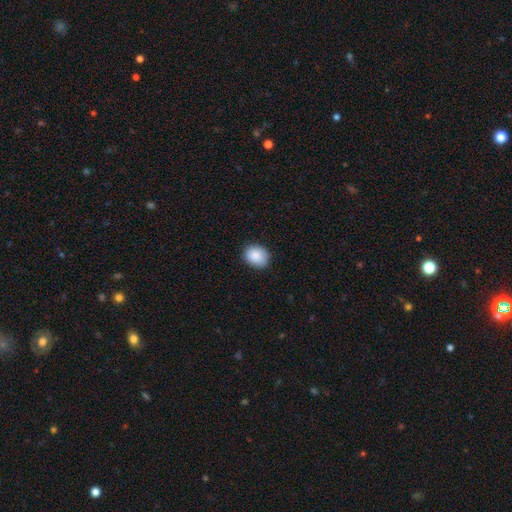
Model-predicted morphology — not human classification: smooth_or_featured: smooth (p=0.88) [alt: star or artifact p=0.08]
how_rounded: round (p=0.58) [alt: in between p=0.41]
merging: none (p=0.84) [alt: minor disturbance p=0.13]